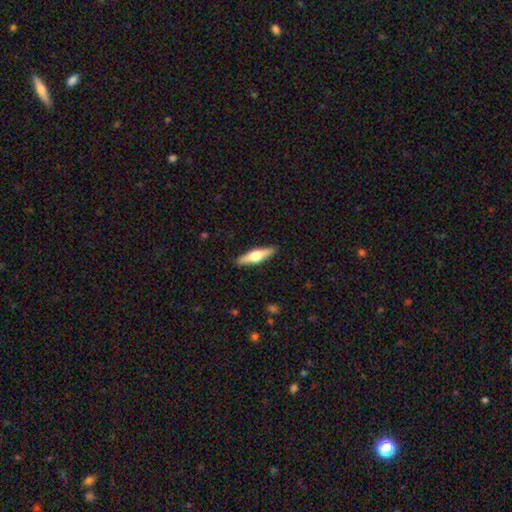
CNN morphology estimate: featured or disk 51%, smooth 44%, star or artifact 5%. Down the decision tree: edge-on disk — yes (93%); merging — none (90%).